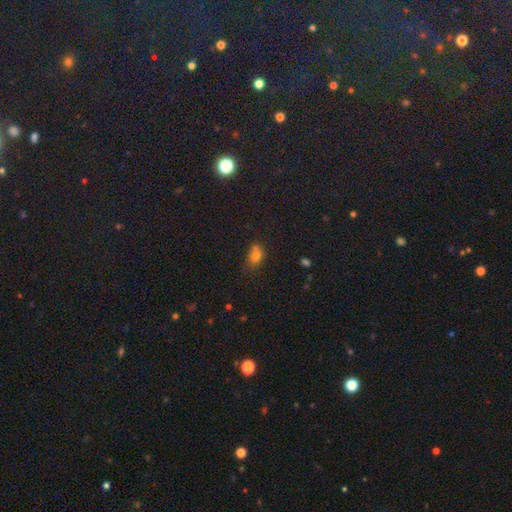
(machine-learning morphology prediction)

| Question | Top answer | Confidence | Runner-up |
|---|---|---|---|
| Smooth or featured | smooth | 76% | star or artifact (14%) |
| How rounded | in between | 63% | round (35%) |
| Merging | none | 45% | merger (24%) |